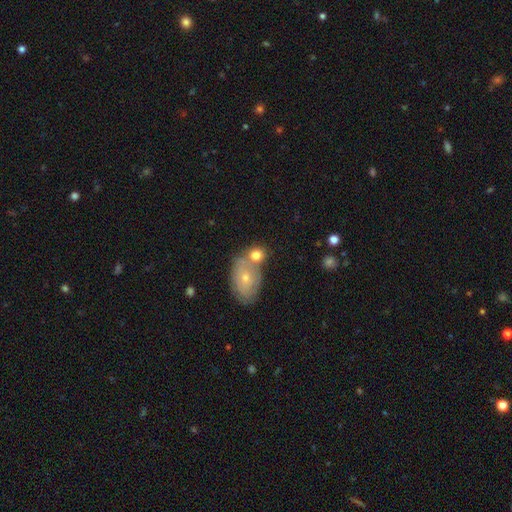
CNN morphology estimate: A smooth galaxy with no disk features (68%) that is round (53%).

Vote fractions:
- Smooth or featured? smooth: 68% / featured or disk: 24% / star or artifact: 8%
- How rounded? round: 53% / in between: 45% / cigar-shaped: 2%
- Merging? merger: 43% / none: 41% / minor disturbance: 12% / major disturbance: 4%